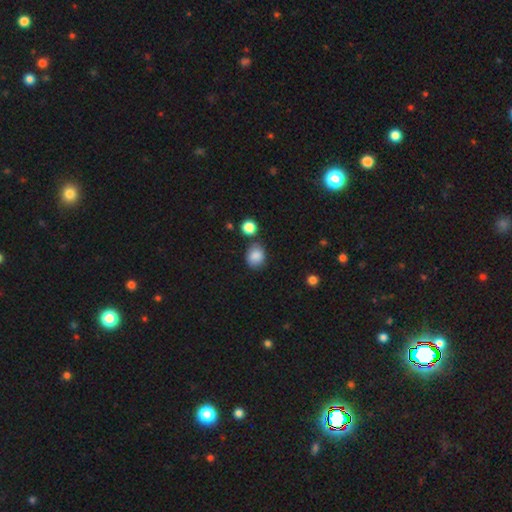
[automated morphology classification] smooth-or-featured: smooth: 86% | star or artifact: 9% | featured or disk: 5%
  how-rounded: round: 58% | in between: 41% | cigar-shaped: 1%
  merging: none: 72% | minor disturbance: 16% | merger: 8% | major disturbance: 4%